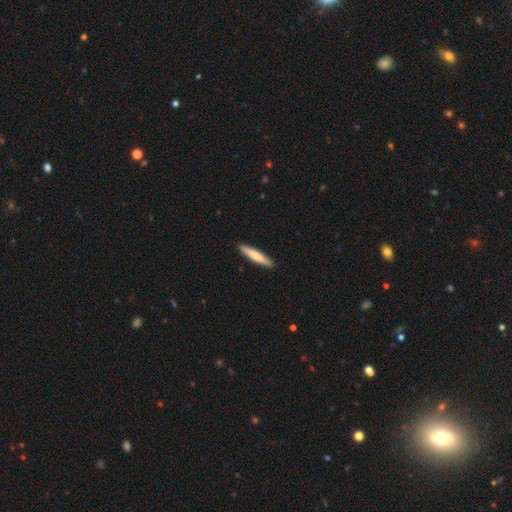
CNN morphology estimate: smooth_or_featured: smooth (p=0.68) [alt: featured or disk p=0.27]
how_rounded: cigar-shaped (p=0.92) [alt: in between p=0.07]
merging: none (p=0.91) [alt: minor disturbance p=0.06]